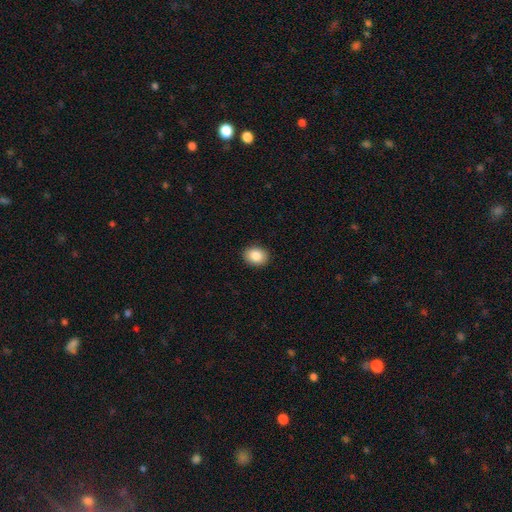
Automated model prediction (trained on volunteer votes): Smooth or featured? smooth (86%)
How rounded? in between (54%)
Merging? none (91%)